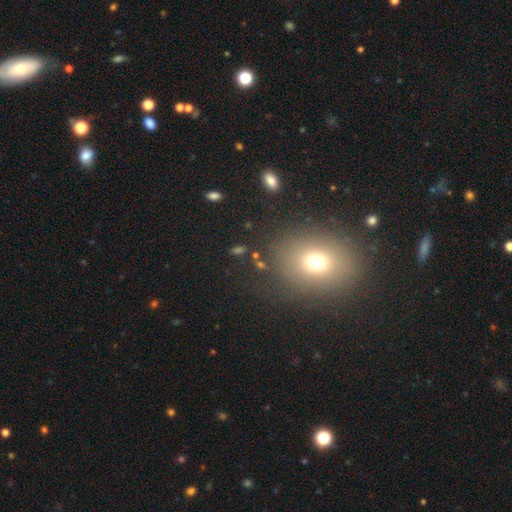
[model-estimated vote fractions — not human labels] Q: Smooth or featured?
A: smooth (63%); runner-up: star or artifact (24%)
Q: How rounded?
A: round (57%); runner-up: in between (42%)
Q: Merging?
A: none (79%); runner-up: minor disturbance (11%)